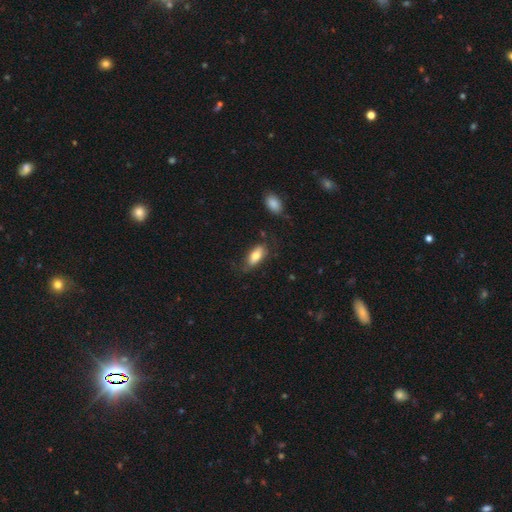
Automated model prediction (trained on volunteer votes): smooth_or_featured: smooth (p=0.75) [alt: featured or disk p=0.18]
how_rounded: in between (p=0.84) [alt: cigar-shaped p=0.14]
merging: none (p=0.69) [alt: minor disturbance p=0.22]